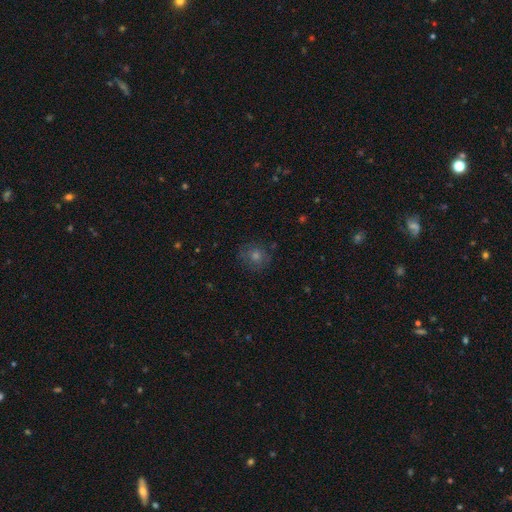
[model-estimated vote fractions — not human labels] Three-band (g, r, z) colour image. It shows a smooth galaxy with no disk features (58%) that is round (88%). Merging: none (84%).